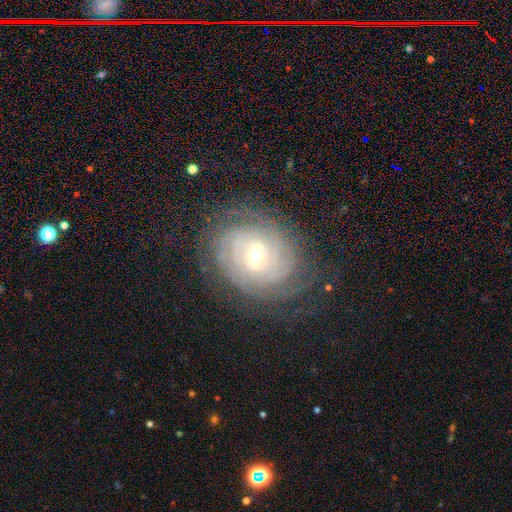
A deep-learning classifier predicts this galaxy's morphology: Smooth or featured?
  - featured or disk: 84% *
  - smooth: 9%
  - star or artifact: 7%
Edge-on disk?
  - no: 96% *
  - yes: 4%
Bar?
  - weak: 53% *
  - strong: 28%
  - no: 19%
Spiral arms?
  - yes: 96% *
  - no: 4%
Spiral winding?
  - tight: 80% *
  - medium: 16%
  - loose: 4%
Spiral arm count?
  - can't tell: 38% *
  - 4: 16%
  - 2: 15%
  - 3: 14%
  - more than 4: 11%
  - 1: 6%
Bulge size?
  - moderate: 55% *
  - small: 40%
  - large: 4%
  - none: 1%
  - dominant: 1%
Merging?
  - none: 78% *
  - minor disturbance: 15%
  - major disturbance: 7%
  - merger: 1%